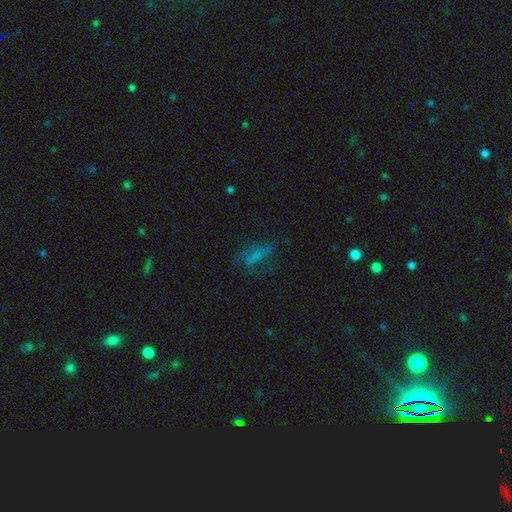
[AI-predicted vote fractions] Smooth or featured? Predicted: smooth (p=0.49). Merging? Predicted: none (p=0.52).